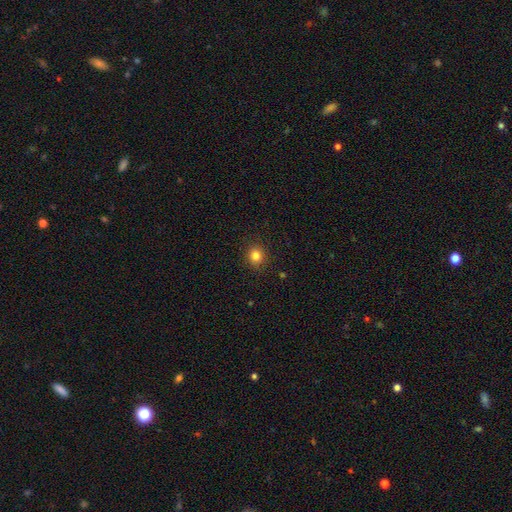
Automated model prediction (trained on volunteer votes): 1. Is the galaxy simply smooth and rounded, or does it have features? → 83% smooth, 12% star or artifact, 5% featured or disk.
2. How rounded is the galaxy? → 79% round, 20% in between, 1% cigar-shaped.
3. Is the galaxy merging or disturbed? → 90% none, 7% minor disturbance, 2% major disturbance, 1% merger.